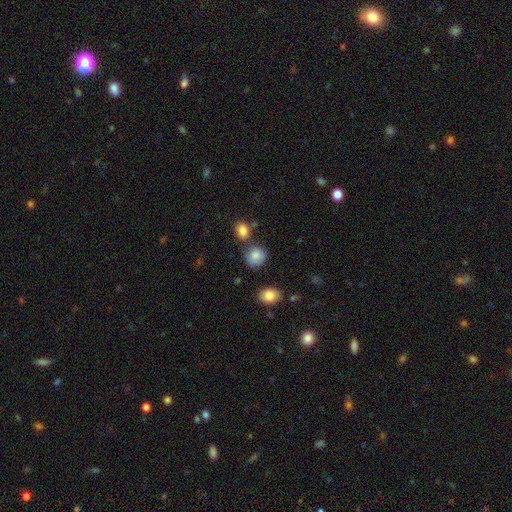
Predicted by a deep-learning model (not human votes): Smooth or featured: smooth — 84% (star or artifact — 9%)
How rounded: round — 73% (in between — 26%)
Merging: none — 66% (minor disturbance — 18%)